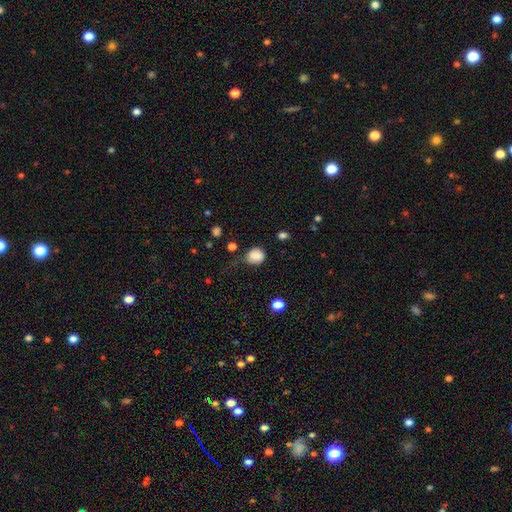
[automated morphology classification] smooth_or_featured: smooth (p=0.85) [alt: star or artifact p=0.09]
how_rounded: round (p=0.77) [alt: in between p=0.22]
merging: none (p=0.59) [alt: minor disturbance p=0.28]